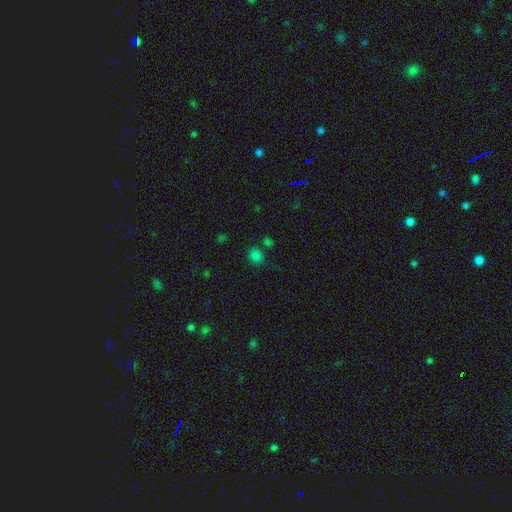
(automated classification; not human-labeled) A smooth galaxy with no disk features (76%) that is round (54%).

Vote fractions:
- Smooth or featured? smooth: 76% / star or artifact: 20% / featured or disk: 4%
- How rounded? round: 54% / in between: 45% / cigar-shaped: 1%
- Merging? none: 75% / minor disturbance: 12% / merger: 9% / major disturbance: 4%